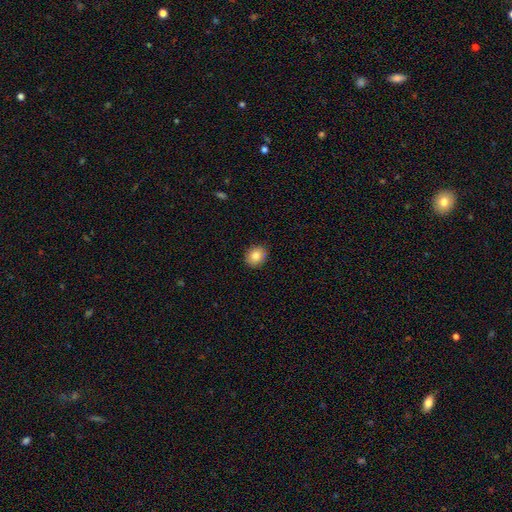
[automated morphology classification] Smooth or featured: smooth — 83% (star or artifact — 9%)
How rounded: round — 61% (in between — 38%)
Merging: none — 88% (minor disturbance — 9%)